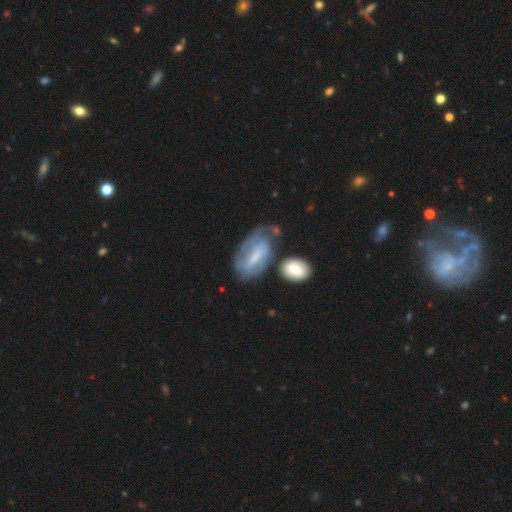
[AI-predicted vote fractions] featured or disk 62%, smooth 31%, star or artifact 7%. Down the decision tree: edge-on disk — no (93%); bar — weak (46%); spiral arms — yes (70%); bulge size — small (41%); merging — none (36%).